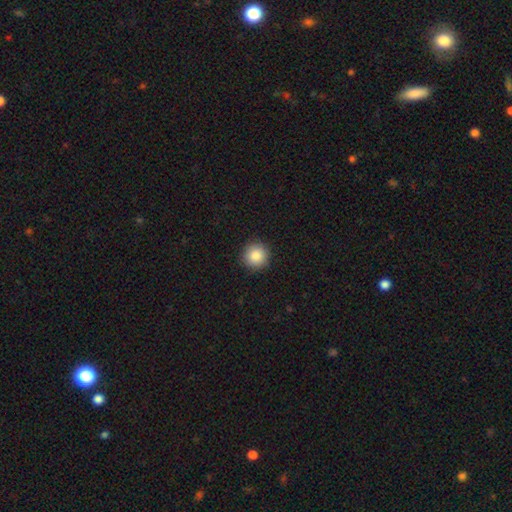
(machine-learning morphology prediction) smooth-or-featured: smooth: 87% | star or artifact: 9% | featured or disk: 4%
  how-rounded: round: 95% | in between: 4% | cigar-shaped: 1%
  merging: none: 92% | minor disturbance: 5% | major disturbance: 2% | merger: 1%